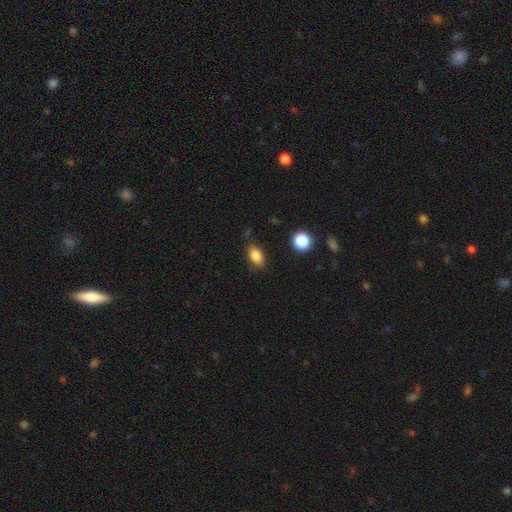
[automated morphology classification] smooth 84%, star or artifact 10%, featured or disk 6%. Down the decision tree: how rounded — in between (87%); merging — none (81%).